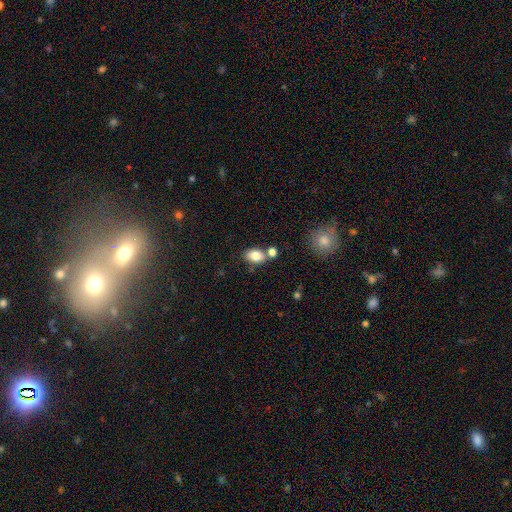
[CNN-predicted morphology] Smooth or featured? smooth (83%)
How rounded? in between (83%)
Merging? none (62%)